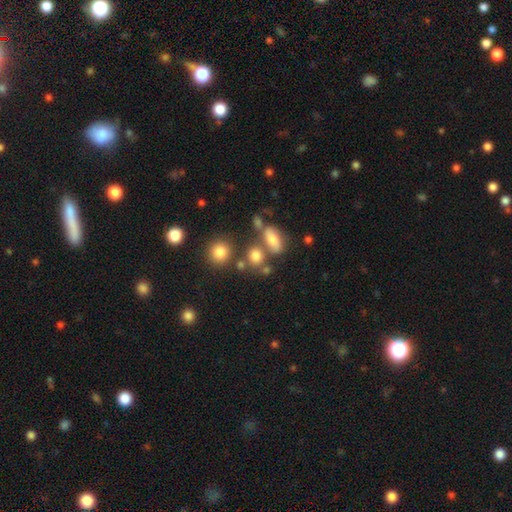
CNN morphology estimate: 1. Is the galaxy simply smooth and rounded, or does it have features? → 77% smooth, 13% star or artifact, 10% featured or disk.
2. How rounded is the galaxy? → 62% round, 36% in between, 3% cigar-shaped.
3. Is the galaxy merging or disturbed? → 55% none, 27% merger, 12% minor disturbance, 6% major disturbance.